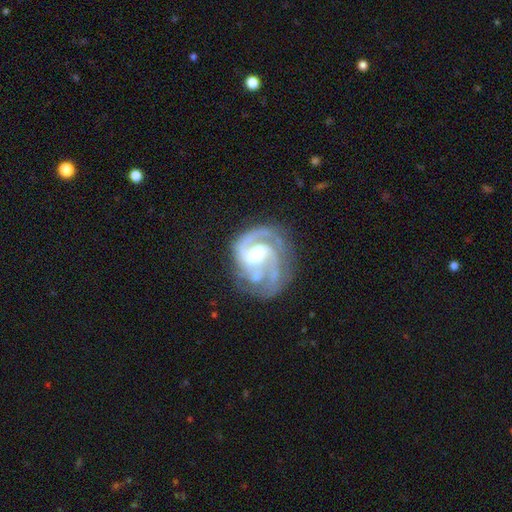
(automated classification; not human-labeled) This appears to be a featured or disk galaxy (92%) with a weak bar (47%), 2 (50%) medium (46%) spiral arms (98%) and a moderate central bulge (58%). Merging: none (65%).